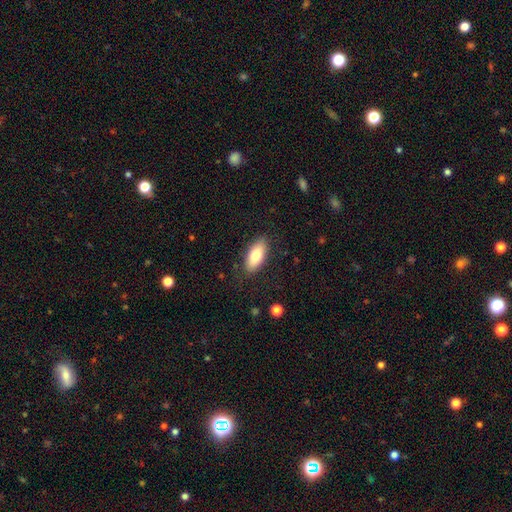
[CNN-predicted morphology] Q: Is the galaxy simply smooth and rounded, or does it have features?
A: smooth — 76%.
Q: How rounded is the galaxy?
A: in between — 85%.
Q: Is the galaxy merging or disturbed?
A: none — 84%.